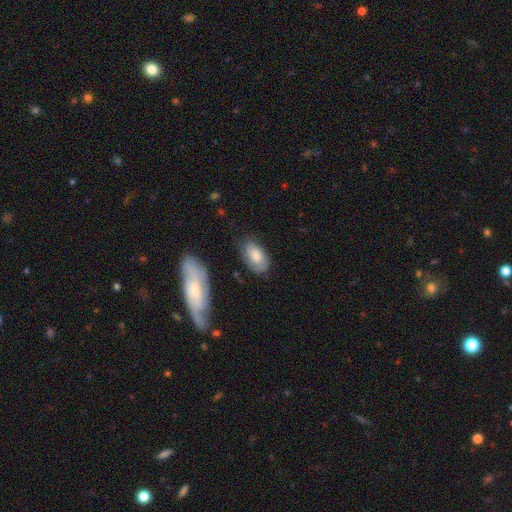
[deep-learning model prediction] Smooth or featured?
  - smooth: 69% *
  - featured or disk: 24%
  - star or artifact: 7%
How rounded?
  - in between: 92% *
  - round: 6%
  - cigar-shaped: 2%
Merging?
  - none: 65% *
  - minor disturbance: 24%
  - major disturbance: 7%
  - merger: 3%